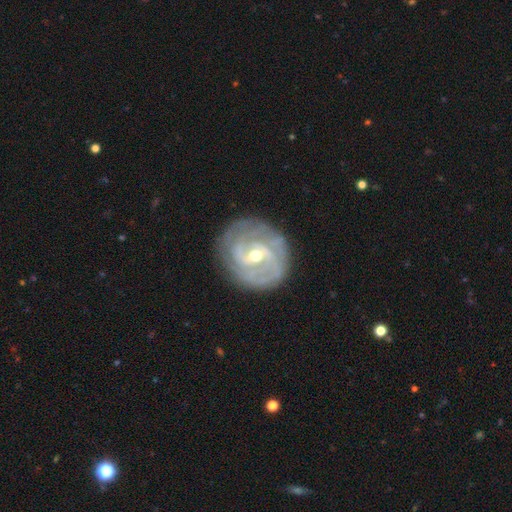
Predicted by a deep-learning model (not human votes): Smooth or featured?
  - featured or disk: 86% *
  - smooth: 8%
  - star or artifact: 6%
Edge-on disk?
  - no: 97% *
  - yes: 3%
Bar?
  - weak: 50% *
  - no: 29%
  - strong: 22%
Spiral arms?
  - yes: 94% *
  - no: 6%
Spiral winding?
  - tight: 68% *
  - medium: 25%
  - loose: 7%
Spiral arm count?
  - 2: 32% *
  - can't tell: 30%
  - 3: 19%
  - 4: 8%
  - 1: 5%
  - more than 4: 5%
Bulge size?
  - moderate: 54% *
  - small: 43%
  - large: 2%
  - none: 1%
  - dominant: 1%
Merging?
  - none: 80% *
  - minor disturbance: 14%
  - major disturbance: 5%
  - merger: 1%